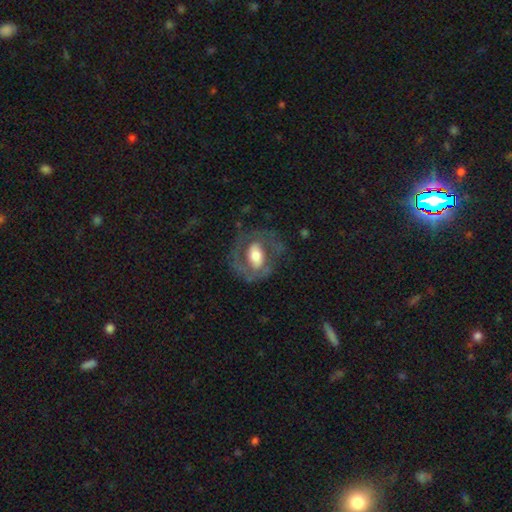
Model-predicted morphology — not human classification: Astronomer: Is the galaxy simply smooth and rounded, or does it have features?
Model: featured or disk — 67%.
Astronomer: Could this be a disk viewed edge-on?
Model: no — 95%.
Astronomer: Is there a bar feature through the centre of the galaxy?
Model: no — 37% (runner-up: weak, 34%).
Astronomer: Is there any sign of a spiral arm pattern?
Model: yes — 59% (runner-up: no, 41%).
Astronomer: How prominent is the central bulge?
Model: moderate — 56%.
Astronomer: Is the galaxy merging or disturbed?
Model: none — 62%.